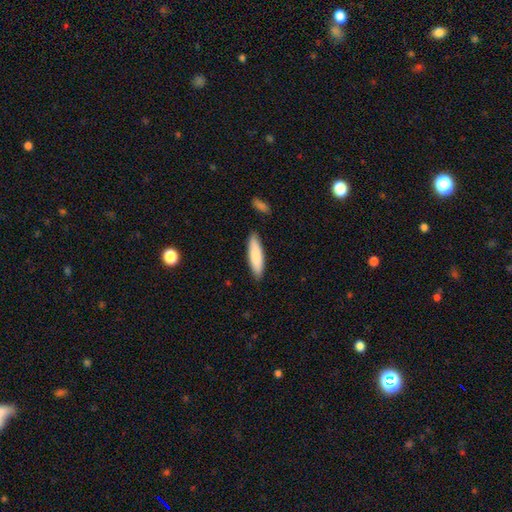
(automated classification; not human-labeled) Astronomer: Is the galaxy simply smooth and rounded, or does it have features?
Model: smooth — 82%.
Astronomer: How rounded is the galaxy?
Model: cigar-shaped — 69%.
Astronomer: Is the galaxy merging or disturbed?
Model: none — 86%.